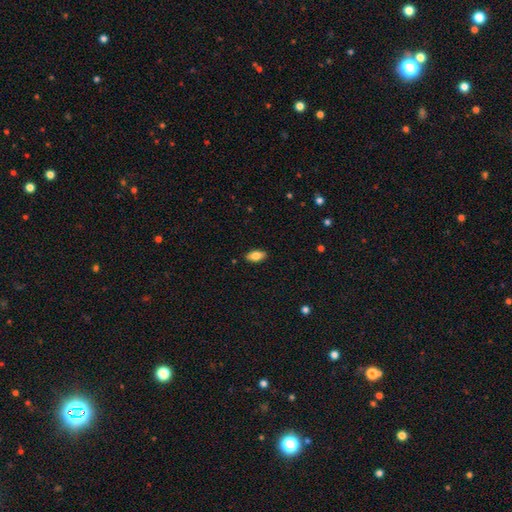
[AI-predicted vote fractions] Smooth or featured?
  - smooth: 79% *
  - featured or disk: 14%
  - star or artifact: 7%
How rounded?
  - in between: 90% *
  - cigar-shaped: 7%
  - round: 3%
Merging?
  - none: 88% *
  - minor disturbance: 9%
  - major disturbance: 2%
  - merger: 1%